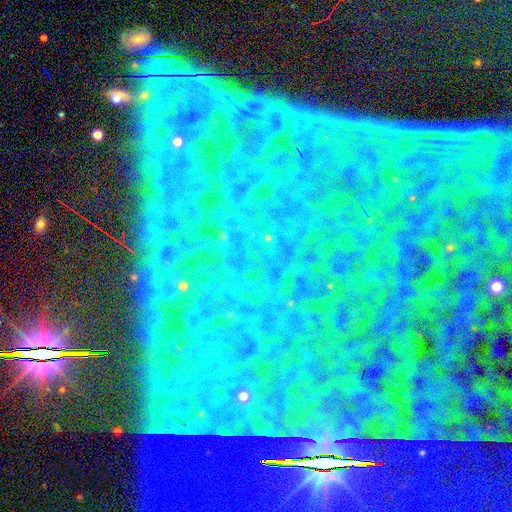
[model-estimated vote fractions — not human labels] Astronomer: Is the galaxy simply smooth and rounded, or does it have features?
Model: star or artifact — 84%.